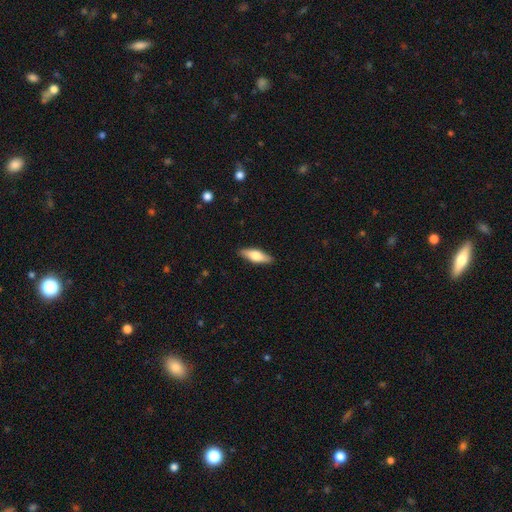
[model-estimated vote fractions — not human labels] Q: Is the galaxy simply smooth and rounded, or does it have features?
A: smooth — 63%.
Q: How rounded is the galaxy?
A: in between — 54%.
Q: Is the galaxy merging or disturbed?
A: none — 89%.